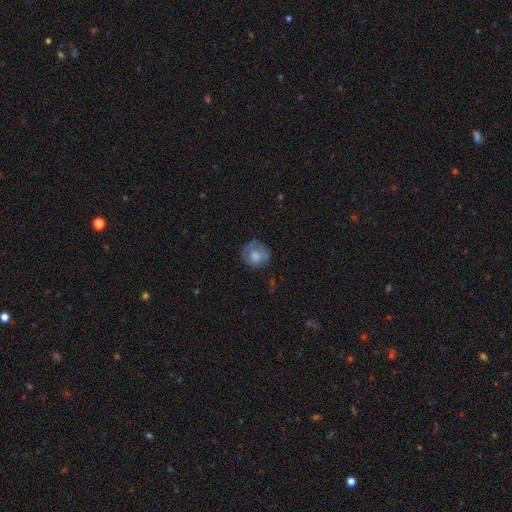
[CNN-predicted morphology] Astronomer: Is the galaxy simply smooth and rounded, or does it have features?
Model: smooth — 63%.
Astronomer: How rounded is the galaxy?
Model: round — 83%.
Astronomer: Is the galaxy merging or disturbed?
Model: none — 65%.